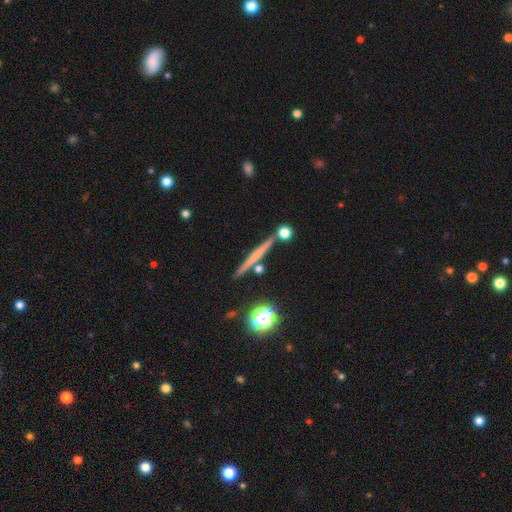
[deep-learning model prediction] The model was most divided on "smooth or featured": featured or disk: 50%, smooth: 40%, star or artifact: 10%. More confident: edge-on disk — yes (97%); merging — none (85%).